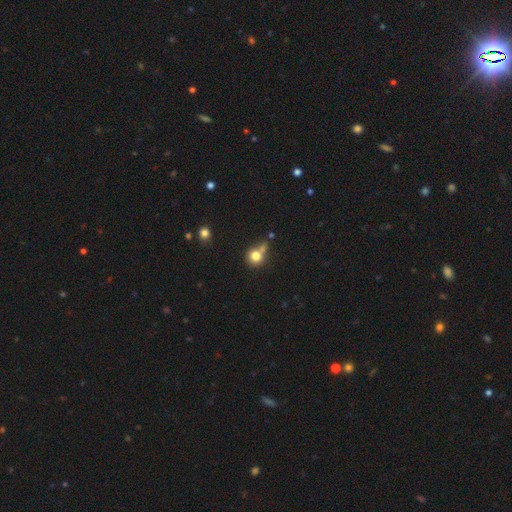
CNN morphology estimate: The model was most divided on "merging": none: 49%, merger: 26%, minor disturbance: 16%, major disturbance: 9%. More confident: how rounded — round (86%); smooth or featured — smooth (78%).